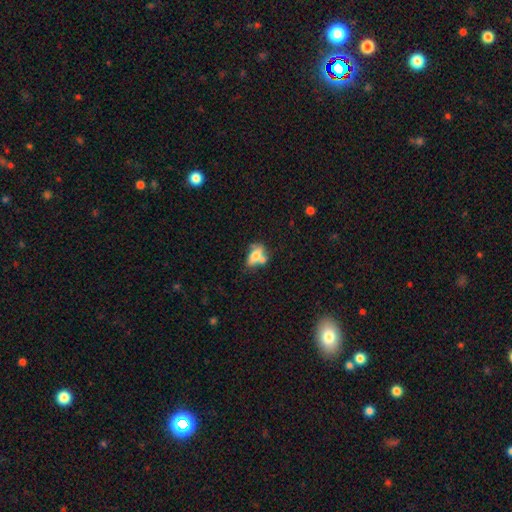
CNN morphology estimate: This appears to be a smooth galaxy with no disk features (60%) that is in between round and cigar-shaped (80%). Merging: merger (37%).